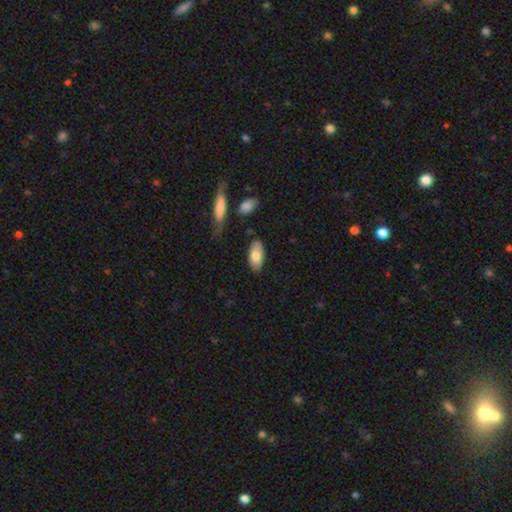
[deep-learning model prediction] This is likely a smooth galaxy (79%). How rounded: clearly in between (91%). Merging: likely none (79%).